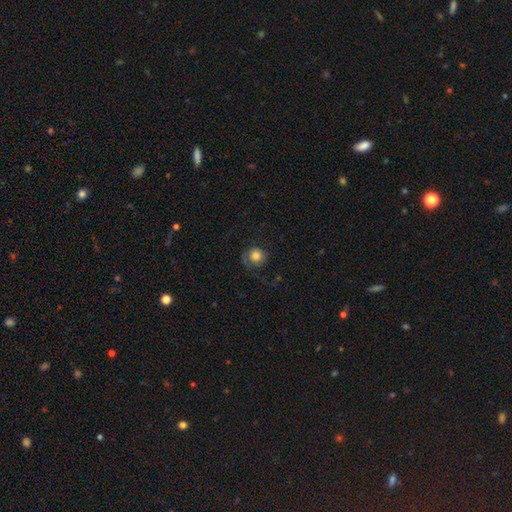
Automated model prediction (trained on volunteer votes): Q: Smooth or featured?
A: smooth (65%); runner-up: featured or disk (27%)
Q: How rounded?
A: round (87%); runner-up: in between (12%)
Q: Merging?
A: none (57%); runner-up: major disturbance (22%)